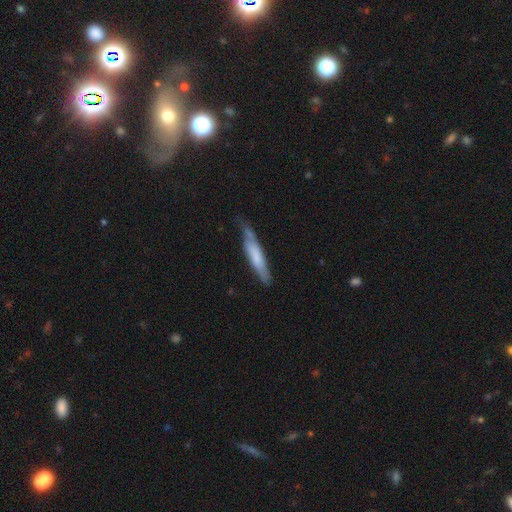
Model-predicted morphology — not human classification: Smooth or featured?
  - smooth: 61% *
  - featured or disk: 33%
  - star or artifact: 5%
How rounded?
  - cigar-shaped: 88% *
  - in between: 11%
  - round: 1%
Merging?
  - none: 56% *
  - minor disturbance: 32%
  - major disturbance: 8%
  - merger: 3%